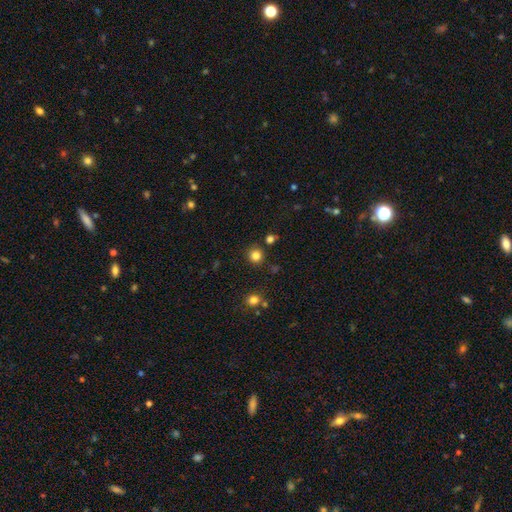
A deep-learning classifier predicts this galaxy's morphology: This is clearly a smooth galaxy (82%). How rounded: clearly round (92%). Merging: clearly none (88%).